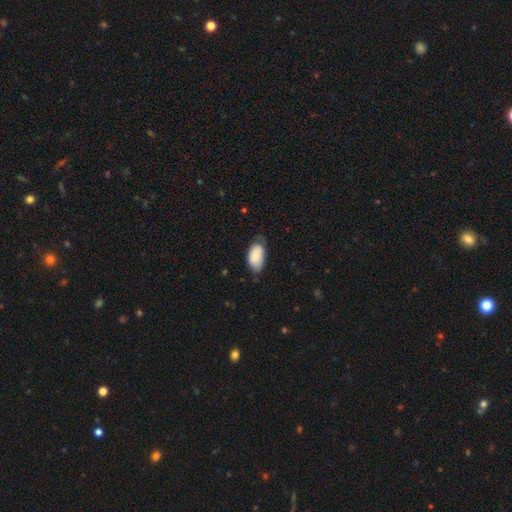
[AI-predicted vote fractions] Smooth or featured? Predicted: smooth (p=0.86). How rounded? Predicted: in between (p=0.95). Merging? Predicted: none (p=0.55).